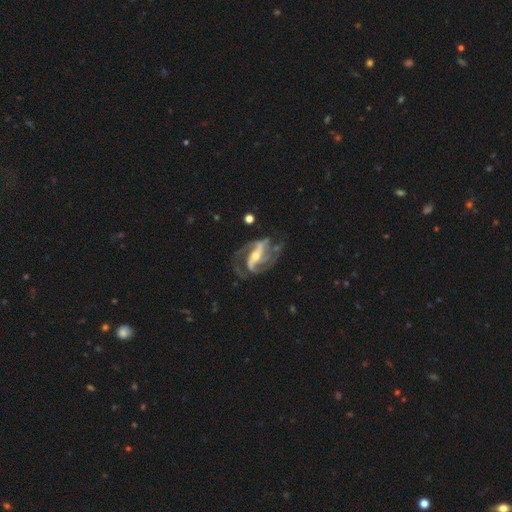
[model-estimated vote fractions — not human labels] This appears to be a featured or disk galaxy (92%) with a strong bar (57%), 2 (56%) medium (52%) spiral arms (98%) and a moderate central bulge (52%). Merging: none (65%).